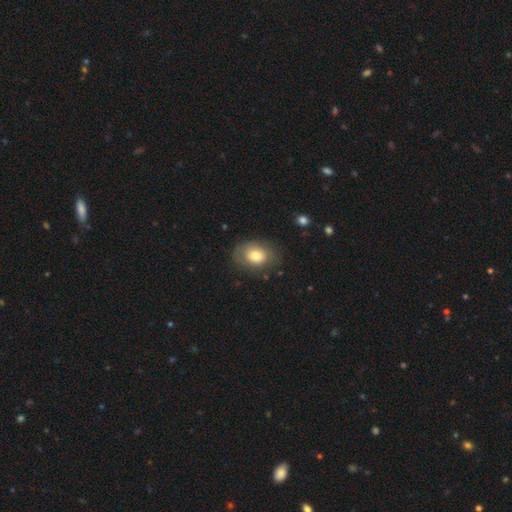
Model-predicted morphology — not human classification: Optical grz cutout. It shows a smooth galaxy with no disk features (74%) that is in between round and cigar-shaped (66%). Merging: none (73%).